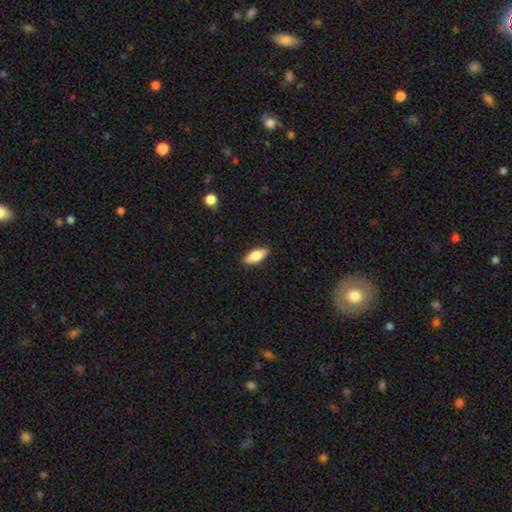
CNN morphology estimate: Q: Smooth or featured?
A: smooth (80%); runner-up: featured or disk (13%)
Q: How rounded?
A: in between (77%); runner-up: cigar-shaped (21%)
Q: Merging?
A: none (88%); runner-up: minor disturbance (9%)